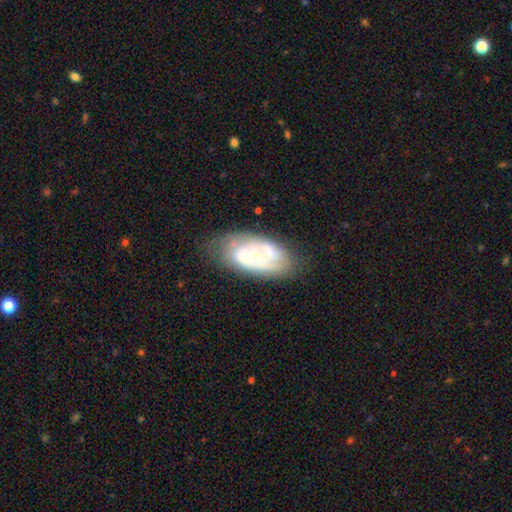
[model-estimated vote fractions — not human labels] A featured or disk galaxy (69%) with no bar (68%), spiral arms (72%) and a small central bulge (57%). Merging: none (66%).